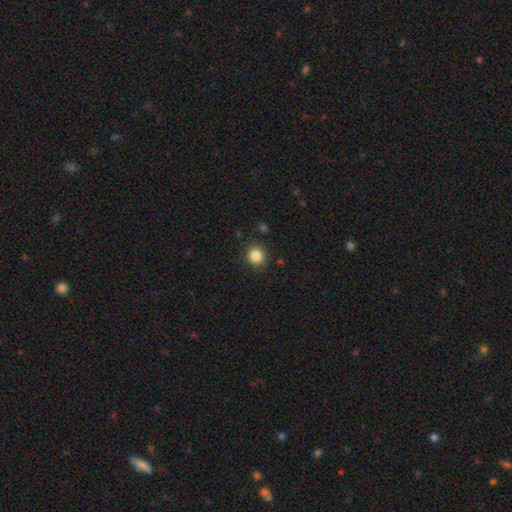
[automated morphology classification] Q: Smooth or featured?
A: smooth (86%); runner-up: star or artifact (10%)
Q: How rounded?
A: round (93%); runner-up: in between (6%)
Q: Merging?
A: none (89%); runner-up: minor disturbance (7%)